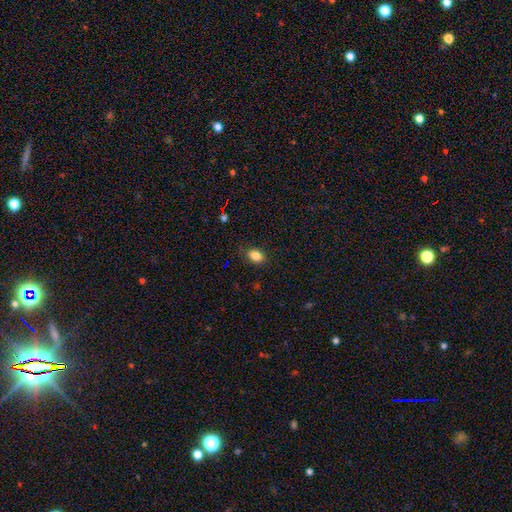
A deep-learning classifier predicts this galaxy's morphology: A smooth galaxy with no disk features (84%) that is in between round and cigar-shaped (74%).

Vote fractions:
- Smooth or featured? smooth: 84% / star or artifact: 10% / featured or disk: 5%
- How rounded? in between: 74% / round: 25% / cigar-shaped: 1%
- Merging? none: 84% / minor disturbance: 12% / major disturbance: 3% / merger: 1%